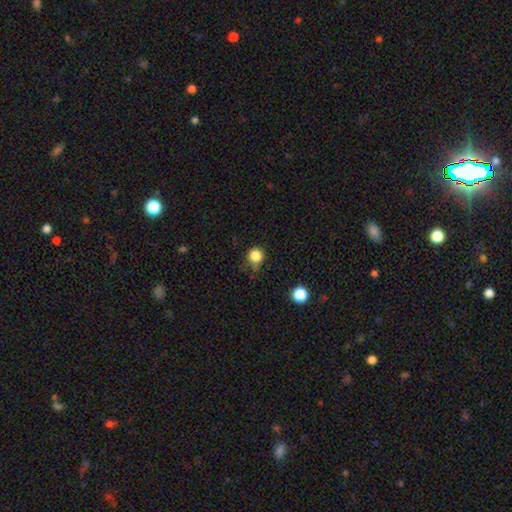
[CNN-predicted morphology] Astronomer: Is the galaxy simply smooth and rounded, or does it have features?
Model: smooth — 83%.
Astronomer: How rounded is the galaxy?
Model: round — 89%.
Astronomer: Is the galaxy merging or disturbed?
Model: none — 68%.